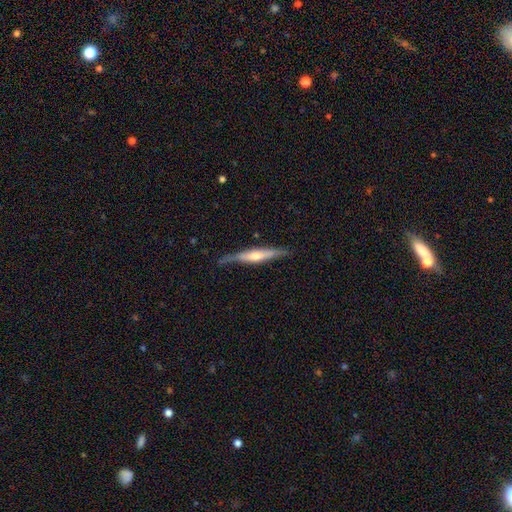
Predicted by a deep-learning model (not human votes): Overall: featured or disk (67%; smooth 28%). Edge-on disk: yes (92%). Edge-on bulge: rounded (78%). Merging: none (72%).